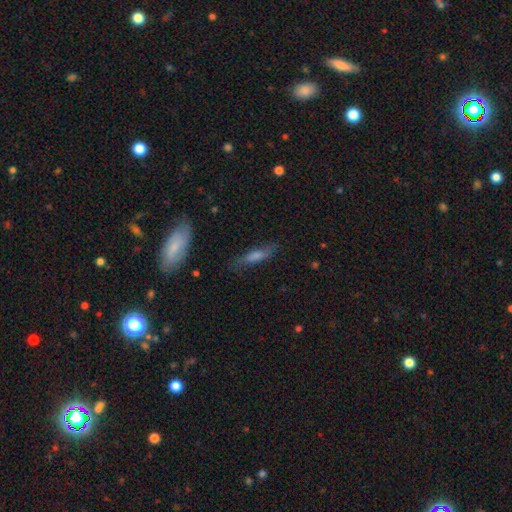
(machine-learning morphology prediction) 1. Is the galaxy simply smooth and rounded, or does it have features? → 56% smooth, 35% featured or disk, 9% star or artifact.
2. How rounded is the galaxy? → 77% cigar-shaped, 21% in between, 2% round.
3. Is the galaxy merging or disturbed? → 77% none, 16% minor disturbance, 4% major disturbance, 2% merger.